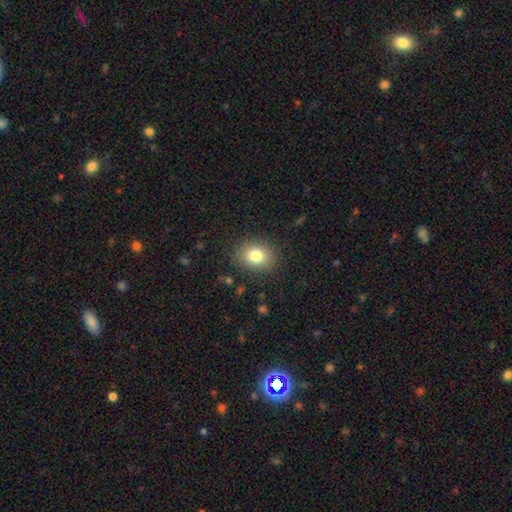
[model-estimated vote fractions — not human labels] Overall: smooth (81%). How rounded: round (51%; in between 48%). Merging: none (86%).